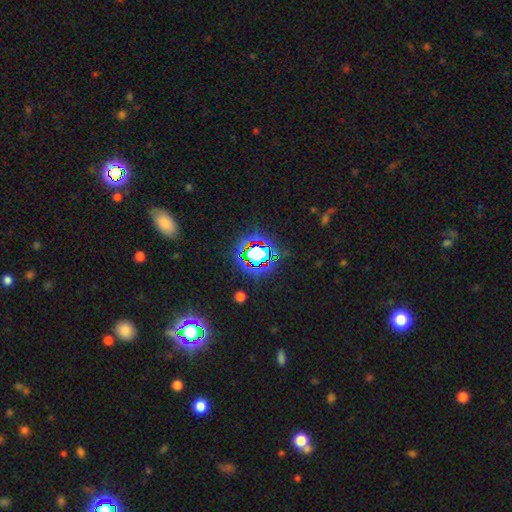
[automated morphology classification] A star or artifact, not a galaxy (67%).